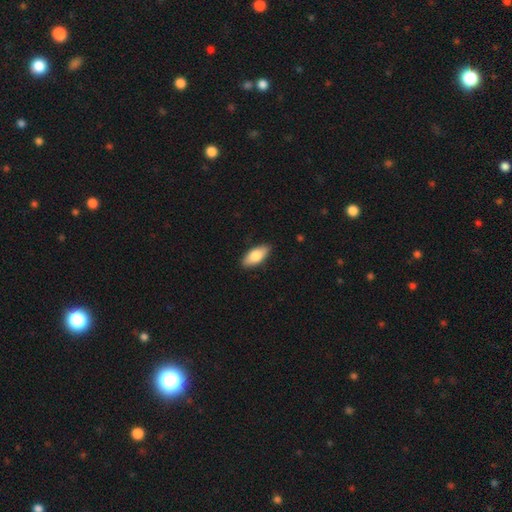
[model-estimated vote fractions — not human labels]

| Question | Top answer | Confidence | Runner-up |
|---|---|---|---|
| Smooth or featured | smooth | 78% | featured or disk (16%) |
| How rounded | in between | 84% | cigar-shaped (13%) |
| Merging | none | 88% | minor disturbance (9%) |